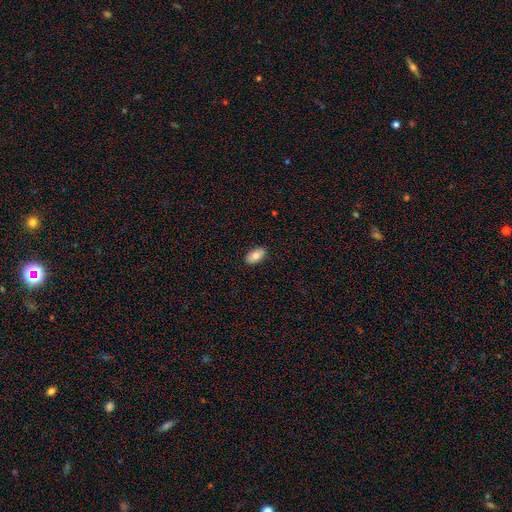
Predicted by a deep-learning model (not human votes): A smooth galaxy with no disk features (81%) that is in between round and cigar-shaped (94%).

Vote fractions:
- Smooth or featured? smooth: 81% / featured or disk: 12% / star or artifact: 7%
- How rounded? in between: 94% / round: 5% / cigar-shaped: 2%
- Merging? none: 88% / minor disturbance: 9% / major disturbance: 2% / merger: 1%